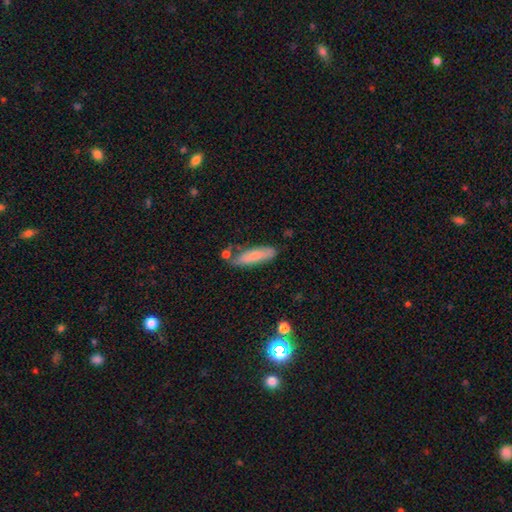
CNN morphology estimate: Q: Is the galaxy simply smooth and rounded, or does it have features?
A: smooth — 78%.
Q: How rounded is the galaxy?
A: cigar-shaped — 65%.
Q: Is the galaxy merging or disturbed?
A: none — 65%.